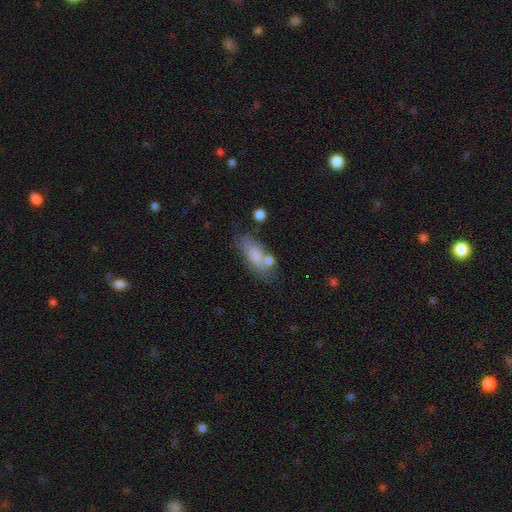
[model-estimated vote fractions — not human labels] Smooth or featured? smooth (74%)
How rounded? in between (75%)
Merging? none (54%)